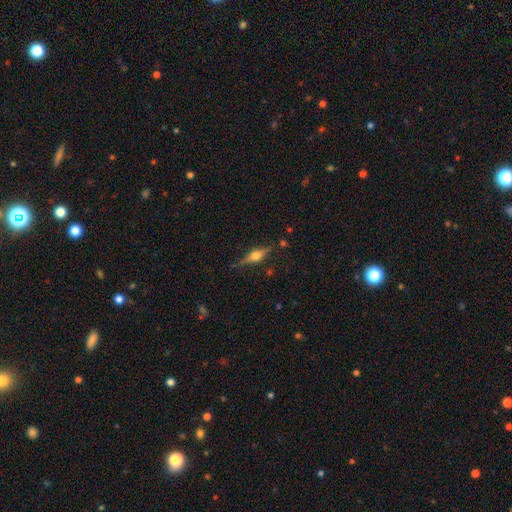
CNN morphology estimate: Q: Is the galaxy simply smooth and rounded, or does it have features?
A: featured or disk — 72%.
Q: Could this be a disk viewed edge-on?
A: yes — 97%.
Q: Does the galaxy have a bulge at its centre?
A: rounded — 93%.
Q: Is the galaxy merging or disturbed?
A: none — 83%.